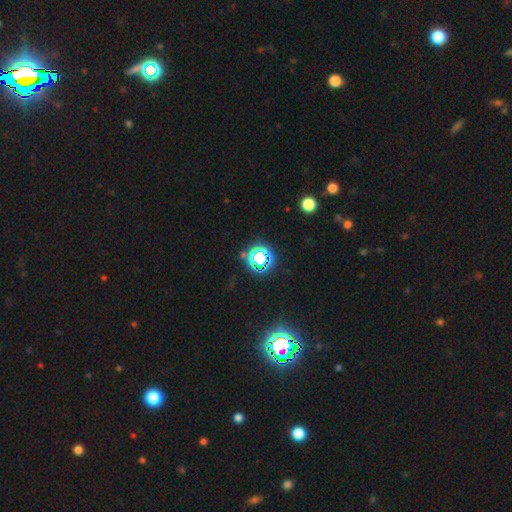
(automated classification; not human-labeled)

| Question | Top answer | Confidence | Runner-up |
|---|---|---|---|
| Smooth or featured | star or artifact | 69% | smooth (21%) |